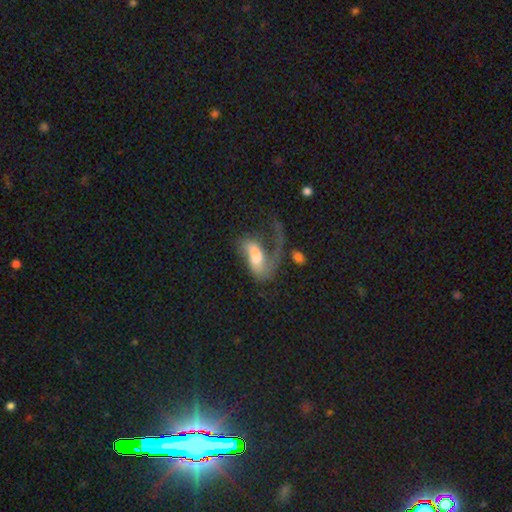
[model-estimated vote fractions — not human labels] Overall: featured or disk (59%; smooth 33%). Edge-on disk: no (93%). Bar: no (47%; weak 34%). Spiral arms: yes (78%). Bulge size: moderate (39%; large 27%). Merging: major disturbance (55%; none 22%).